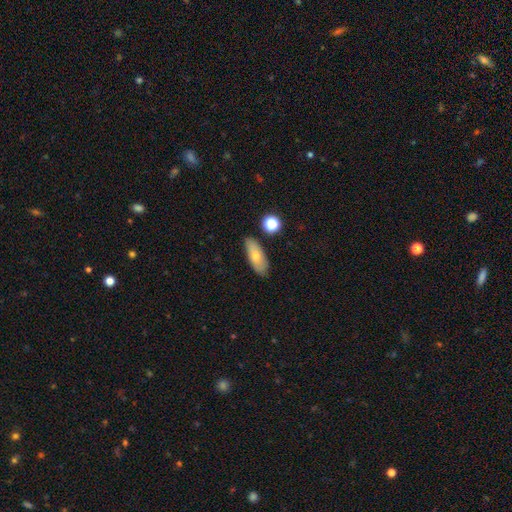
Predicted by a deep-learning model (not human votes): This appears to be a smooth galaxy with no disk features (70%) that is in between round and cigar-shaped (77%). Merging: none (79%).